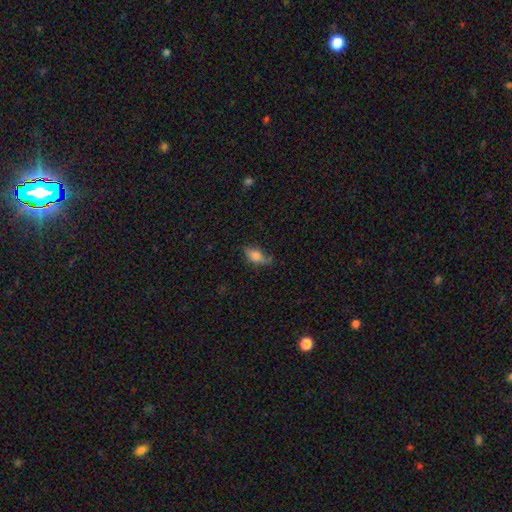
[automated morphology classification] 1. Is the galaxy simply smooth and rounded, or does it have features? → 72% smooth, 19% featured or disk, 9% star or artifact.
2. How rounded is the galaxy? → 80% in between, 16% cigar-shaped, 4% round.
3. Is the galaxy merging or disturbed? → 61% none, 28% minor disturbance, 8% major disturbance, 3% merger.